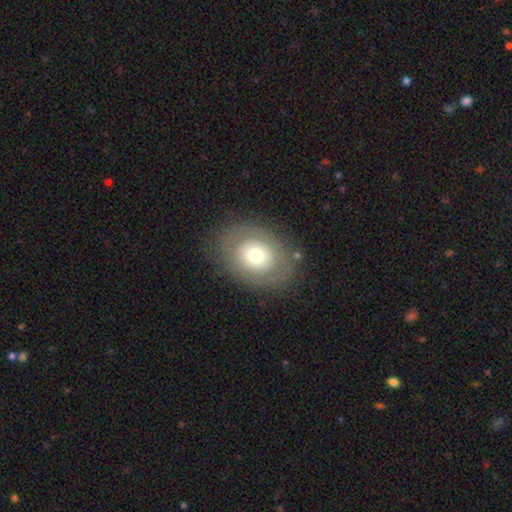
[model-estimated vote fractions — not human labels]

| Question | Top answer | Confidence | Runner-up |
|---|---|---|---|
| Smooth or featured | smooth | 57% | featured or disk (34%) |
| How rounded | in between | 57% | round (42%) |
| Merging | none | 82% | minor disturbance (10%) |